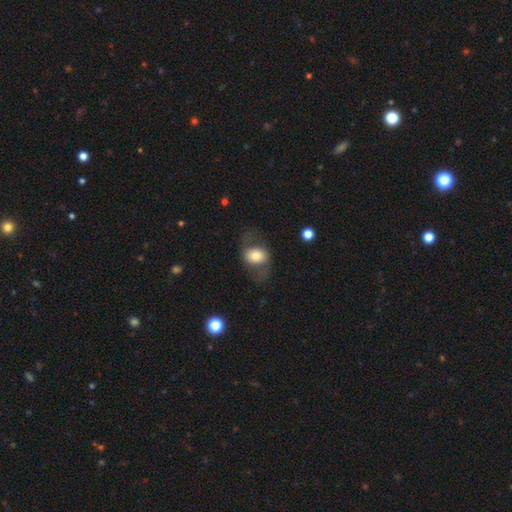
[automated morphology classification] Smooth or featured? smooth (60%)
How rounded? in between (58%)
Merging? none (58%)